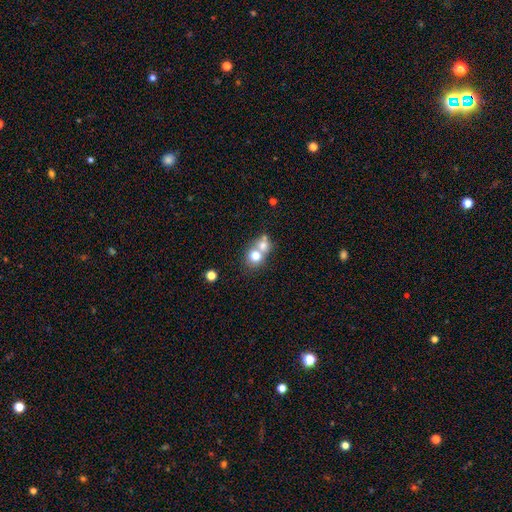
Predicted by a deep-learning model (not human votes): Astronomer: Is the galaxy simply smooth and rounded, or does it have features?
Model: smooth — 71%.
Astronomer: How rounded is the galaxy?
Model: round — 73%.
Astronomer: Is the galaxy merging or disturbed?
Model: merger — 58%.